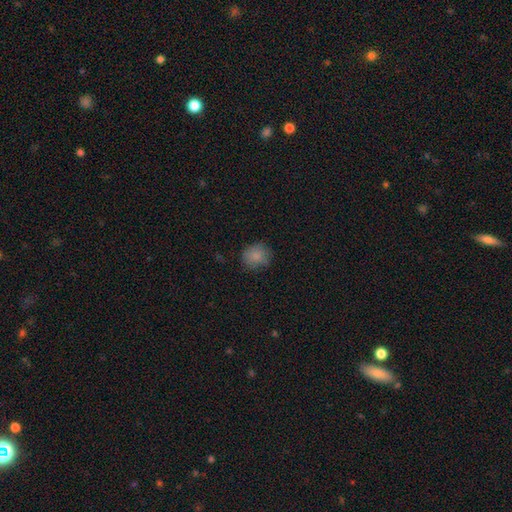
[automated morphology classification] type=smooth (84%); roundness=round (77%); merging=none (76%).